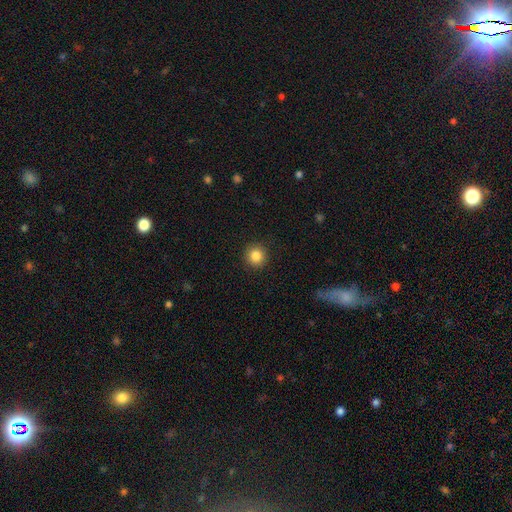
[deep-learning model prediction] This appears to be a smooth galaxy with no disk features (85%) that is round (94%). Merging: none (92%).